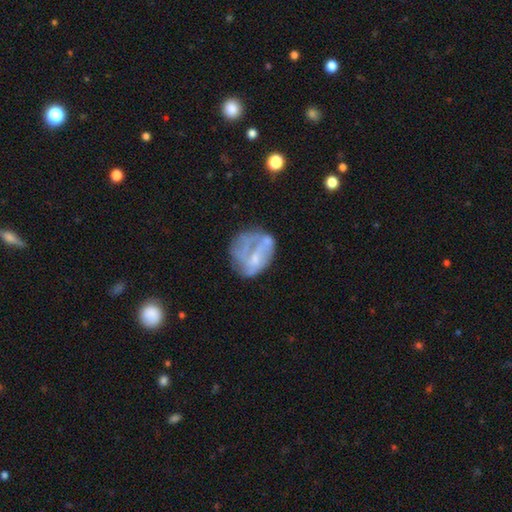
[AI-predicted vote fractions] Overall: featured or disk (58%; smooth 31%). Edge-on disk: no (98%). Bar: no (66%; weak 26%). Spiral arms: no (64%; yes 36%). Bulge size: none (39%; small 37%). Merging: none (43%; major disturbance 27%).